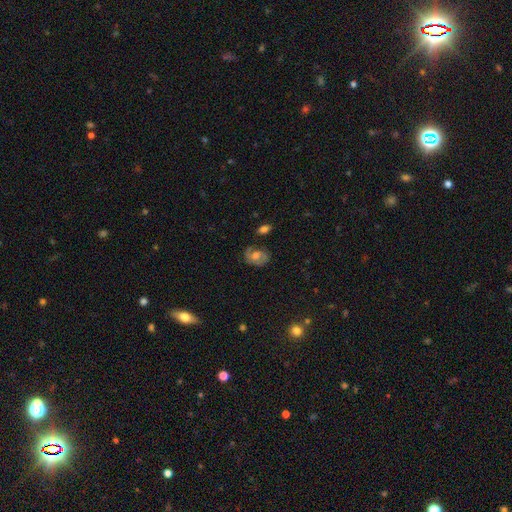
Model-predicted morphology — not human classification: Smooth or featured?
  - featured or disk: 61% *
  - smooth: 30%
  - star or artifact: 9%
Edge-on disk?
  - no: 96% *
  - yes: 4%
Bar?
  - no: 63% *
  - weak: 30%
  - strong: 6%
Spiral arms?
  - yes: 79% *
  - no: 21%
Bulge size?
  - moderate: 54% *
  - large: 23%
  - small: 15%
  - none: 6%
  - dominant: 2%
Merging?
  - none: 66% *
  - minor disturbance: 21%
  - major disturbance: 10%
  - merger: 4%